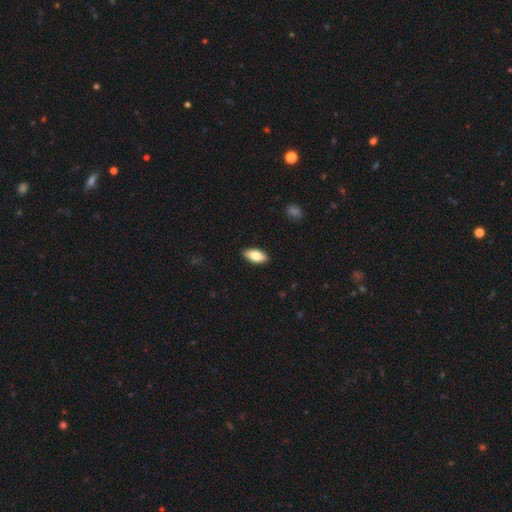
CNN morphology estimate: A smooth galaxy with no disk features (81%) that is in between round and cigar-shaped (90%).

Vote fractions:
- Smooth or featured? smooth: 81% / featured or disk: 13% / star or artifact: 6%
- How rounded? in between: 90% / cigar-shaped: 8% / round: 3%
- Merging? none: 90% / minor disturbance: 7% / major disturbance: 2% / merger: 1%